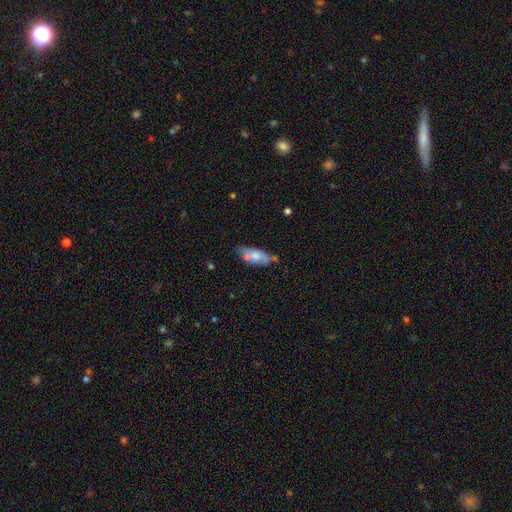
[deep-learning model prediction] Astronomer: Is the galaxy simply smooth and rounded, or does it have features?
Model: smooth — 58% (runner-up: featured or disk, 35%).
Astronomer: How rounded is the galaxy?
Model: in between — 76%.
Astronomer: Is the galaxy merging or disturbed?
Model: none — 54%.